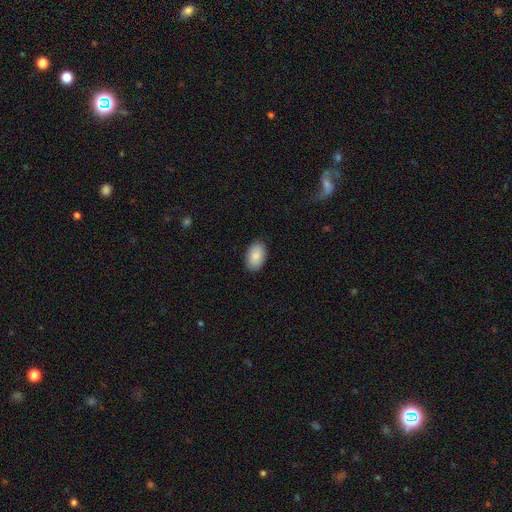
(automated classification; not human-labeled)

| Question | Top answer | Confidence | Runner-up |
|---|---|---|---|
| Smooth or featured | smooth | 88% | star or artifact (6%) |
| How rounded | in between | 92% | round (6%) |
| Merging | none | 88% | minor disturbance (9%) |